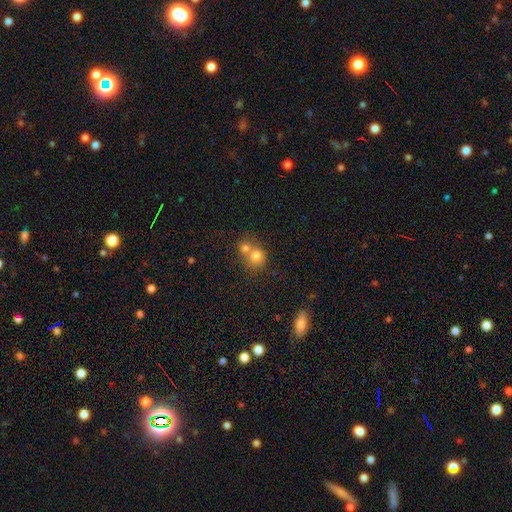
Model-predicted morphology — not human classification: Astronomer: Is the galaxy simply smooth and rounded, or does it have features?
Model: smooth — 75%.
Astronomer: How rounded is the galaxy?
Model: round — 81%.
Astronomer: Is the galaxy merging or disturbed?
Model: merger — 56% (runner-up: none, 35%).